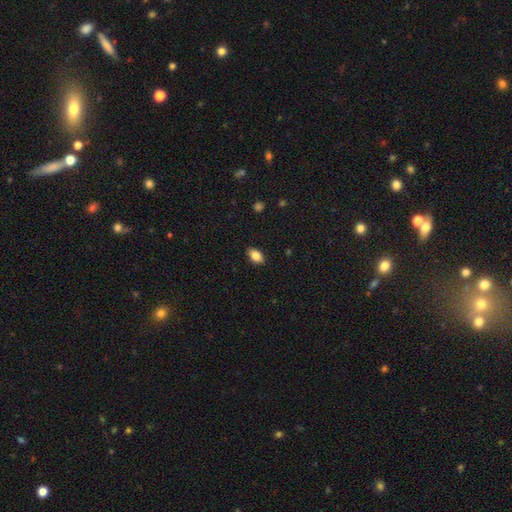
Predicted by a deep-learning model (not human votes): Morphology: type=smooth (84%); roundness=in between (90%); merging=none (87%).